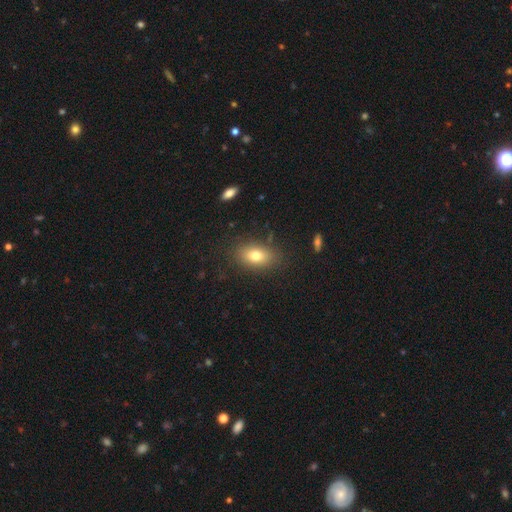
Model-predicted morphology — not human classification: Smooth or featured? smooth (77%)
How rounded? in between (85%)
Merging? none (83%)